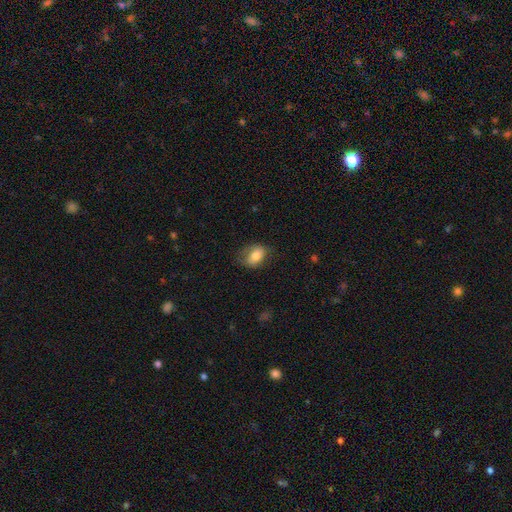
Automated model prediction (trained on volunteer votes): smooth-or-featured: smooth: 75% | featured or disk: 17% | star or artifact: 8%
  how-rounded: in between: 77% | round: 22% | cigar-shaped: 2%
  merging: none: 63% | minor disturbance: 25% | major disturbance: 10% | merger: 1%